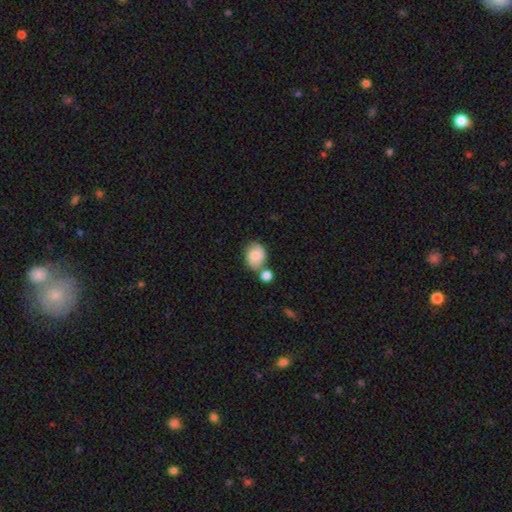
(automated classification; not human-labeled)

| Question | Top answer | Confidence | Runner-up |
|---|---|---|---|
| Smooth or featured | smooth | 61% | featured or disk (30%) |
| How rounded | in between | 50% | round (49%) |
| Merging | none | 44% | merger (31%) |